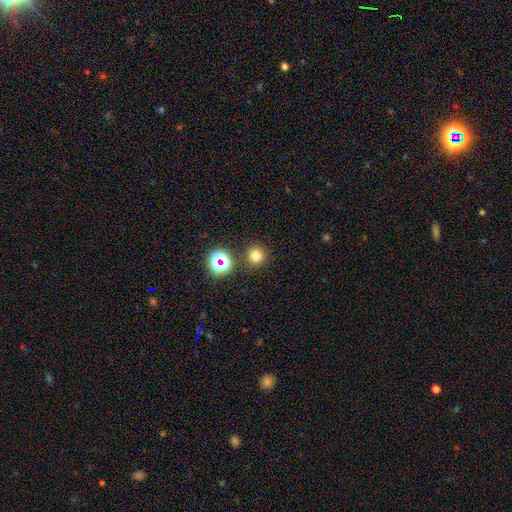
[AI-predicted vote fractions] A smooth galaxy with no disk features (75%) that is round (94%). Merging: none (87%).